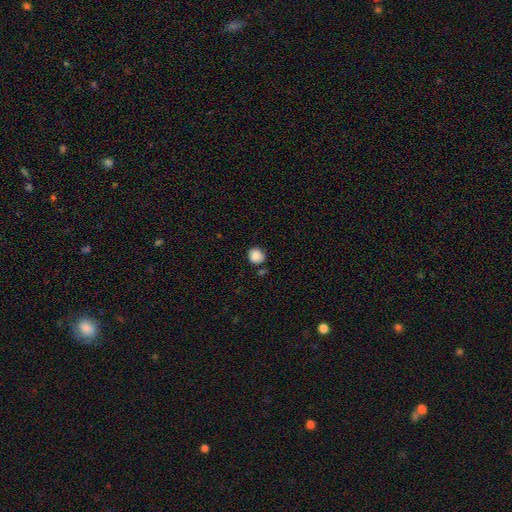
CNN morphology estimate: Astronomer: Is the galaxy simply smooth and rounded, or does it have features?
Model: smooth — 88%.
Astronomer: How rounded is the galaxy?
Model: round — 84%.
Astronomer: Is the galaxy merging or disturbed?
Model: none — 77%.